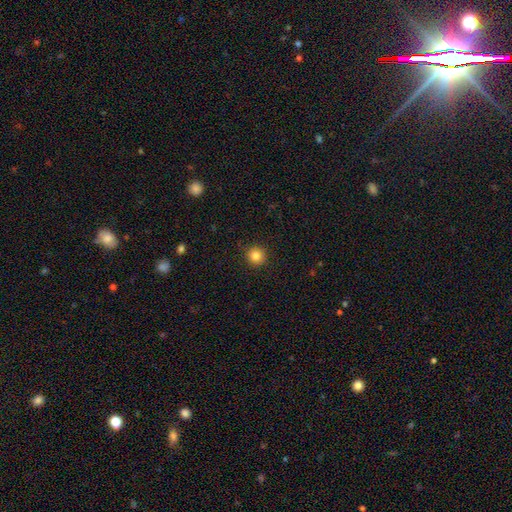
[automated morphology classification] smooth_or_featured: smooth (p=0.84) [alt: star or artifact p=0.11]
how_rounded: round (p=0.94) [alt: in between p=0.05]
merging: none (p=0.92) [alt: minor disturbance p=0.05]